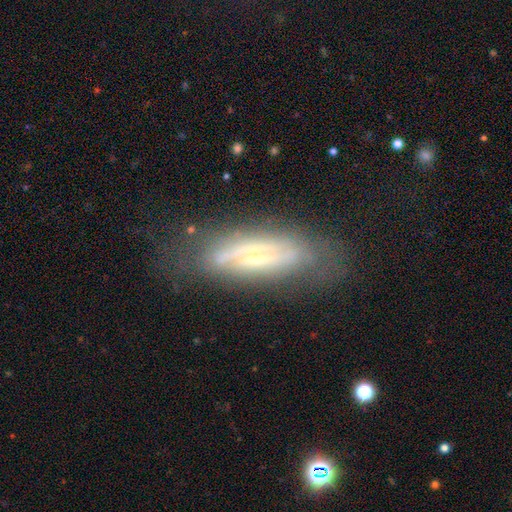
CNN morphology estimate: Q: Smooth or featured?
A: featured or disk (67%); runner-up: smooth (25%)
Q: Edge-on disk?
A: no (61%); runner-up: yes (39%)
Q: Merging?
A: none (65%); runner-up: minor disturbance (22%)